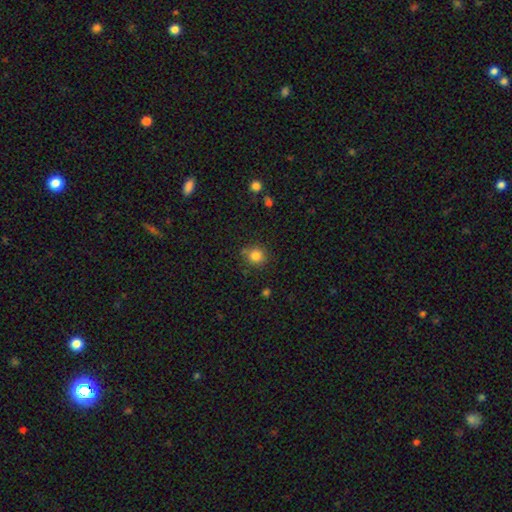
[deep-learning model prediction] A smooth galaxy with no disk features (83%) that is round (89%).

Vote fractions:
- Smooth or featured? smooth: 83% / star or artifact: 12% / featured or disk: 5%
- How rounded? round: 89% / in between: 11% / cigar-shaped: 1%
- Merging? none: 79% / minor disturbance: 13% / merger: 5% / major disturbance: 3%